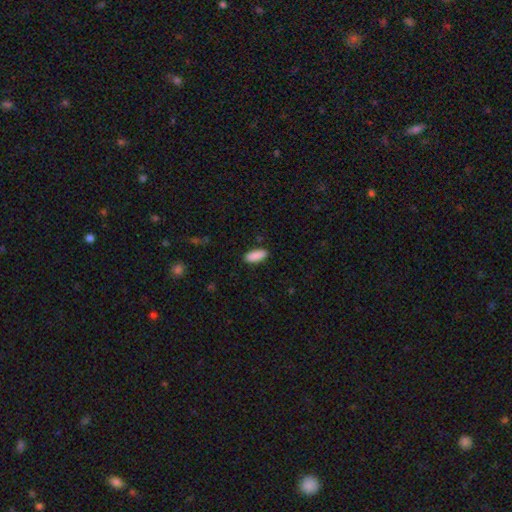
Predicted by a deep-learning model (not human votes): Morphology: type=smooth (91%); roundness=in between (78%); merging=none (88%).